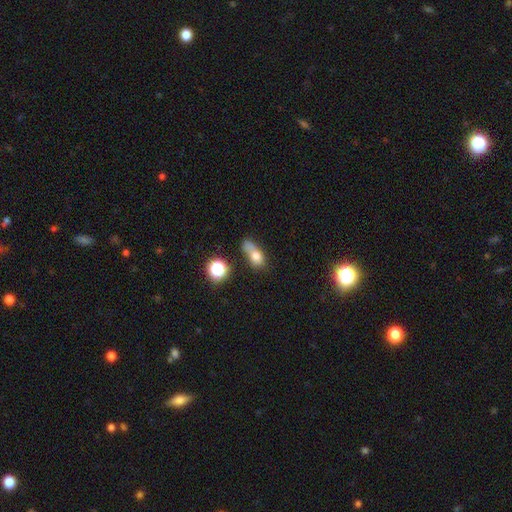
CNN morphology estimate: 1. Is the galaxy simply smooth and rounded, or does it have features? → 70% smooth, 16% featured or disk, 14% star or artifact.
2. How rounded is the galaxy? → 59% in between, 32% round, 9% cigar-shaped.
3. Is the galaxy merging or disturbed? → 31% merger, 30% none, 20% minor disturbance, 19% major disturbance.